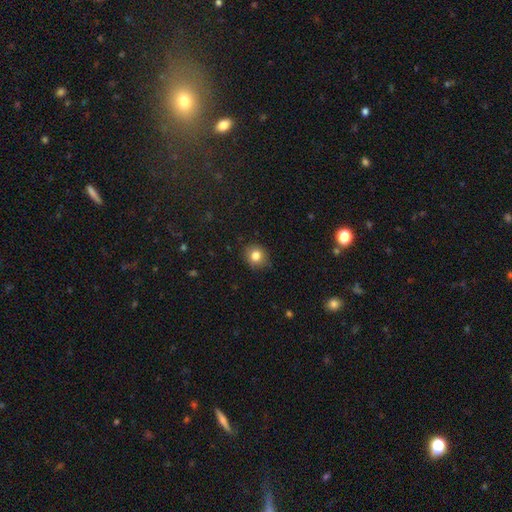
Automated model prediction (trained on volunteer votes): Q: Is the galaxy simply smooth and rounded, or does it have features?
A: smooth — 82%.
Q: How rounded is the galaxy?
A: round — 76%.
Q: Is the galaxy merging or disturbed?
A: none — 82%.